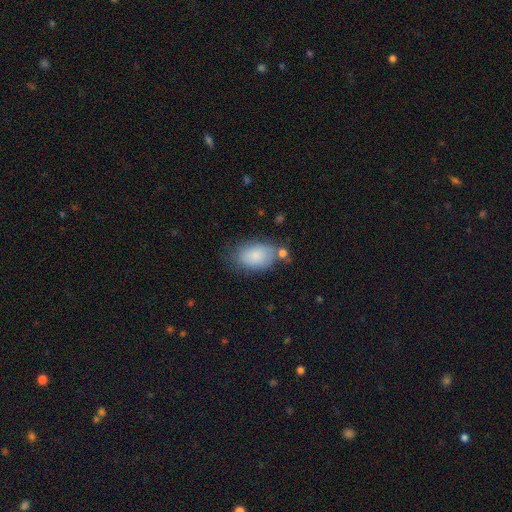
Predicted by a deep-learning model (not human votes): This appears to be a smooth galaxy with no disk features (81%) that is in between round and cigar-shaped (89%). Merging: none (60%).